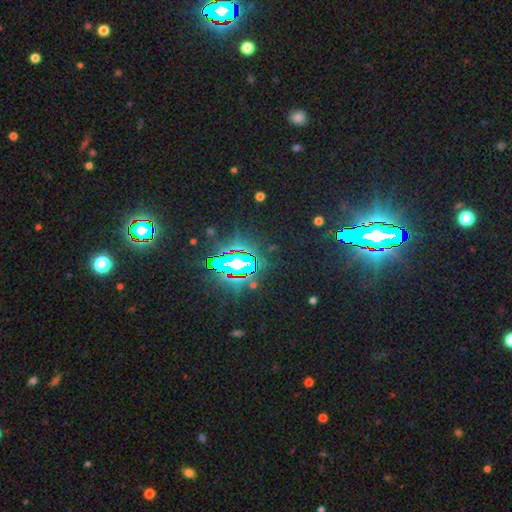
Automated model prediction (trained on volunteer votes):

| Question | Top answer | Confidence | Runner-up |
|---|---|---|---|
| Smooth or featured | star or artifact | 85% | smooth (8%) |